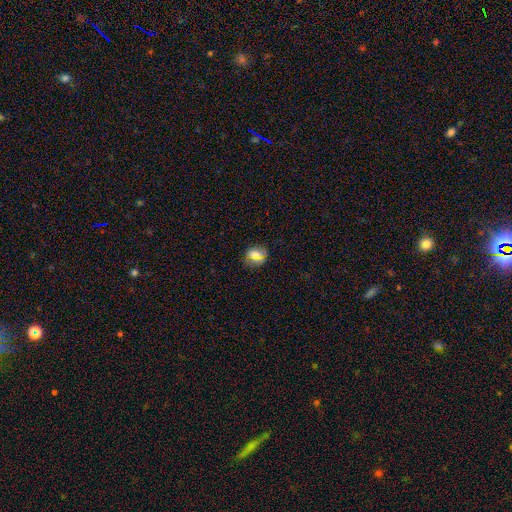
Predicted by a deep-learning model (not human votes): Overall: smooth (67%). How rounded: round (65%; in between 32%). Merging: none (87%).